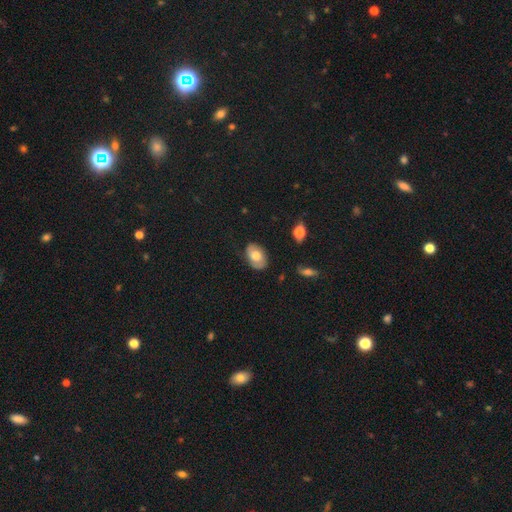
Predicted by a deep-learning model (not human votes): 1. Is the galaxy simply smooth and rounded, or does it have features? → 67% smooth, 25% featured or disk, 7% star or artifact.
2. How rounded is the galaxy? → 87% in between, 12% round, 1% cigar-shaped.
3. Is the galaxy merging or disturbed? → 80% none, 15% minor disturbance, 3% major disturbance, 2% merger.